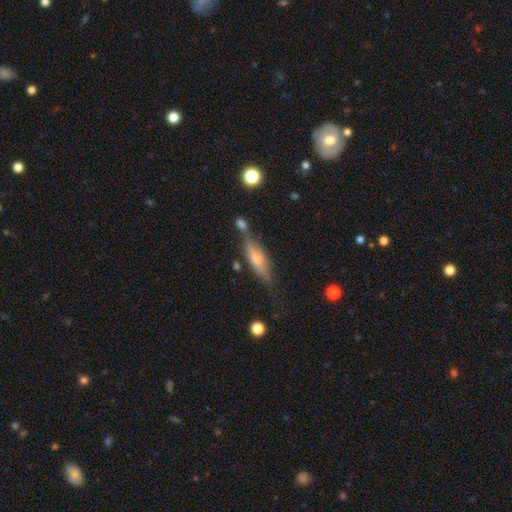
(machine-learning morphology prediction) This appears to be a featured or disk galaxy (54%) viewed edge-on (87%). Merging: none (68%).